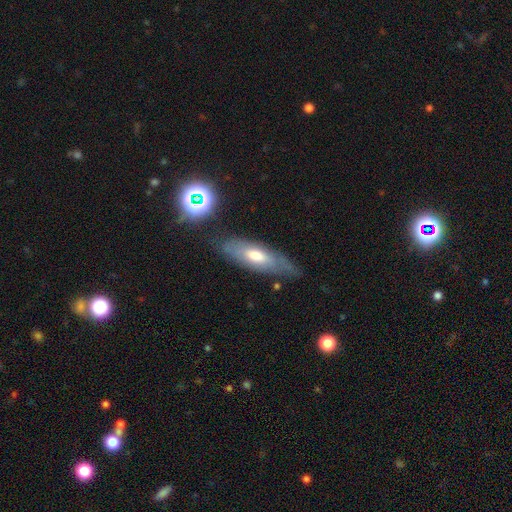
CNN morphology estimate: Overall: smooth (46%; featured or disk 44%). Merging: none (70%).